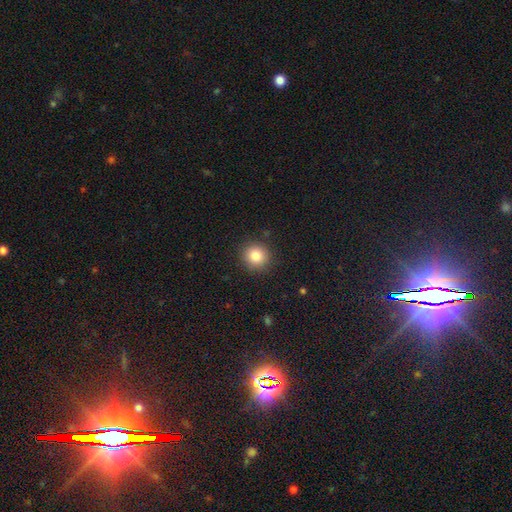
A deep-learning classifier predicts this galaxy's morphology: smooth-or-featured: smooth: 83% | star or artifact: 11% | featured or disk: 6%
  how-rounded: round: 92% | in between: 7% | cigar-shaped: 1%
  merging: none: 90% | minor disturbance: 7% | major disturbance: 2% | merger: 1%